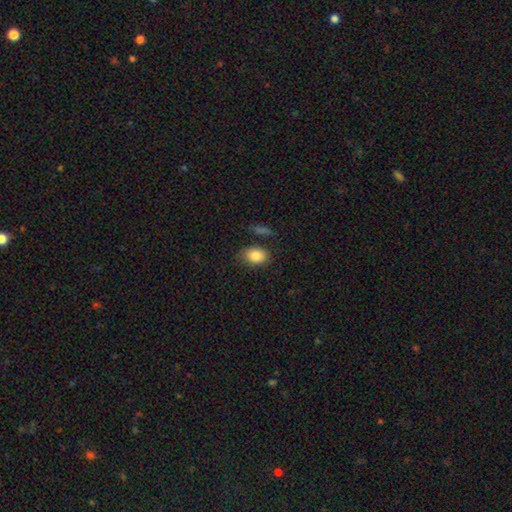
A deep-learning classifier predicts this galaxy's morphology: This is clearly a smooth galaxy (84%). How rounded: likely in between (79%). Merging: likely none (75%).